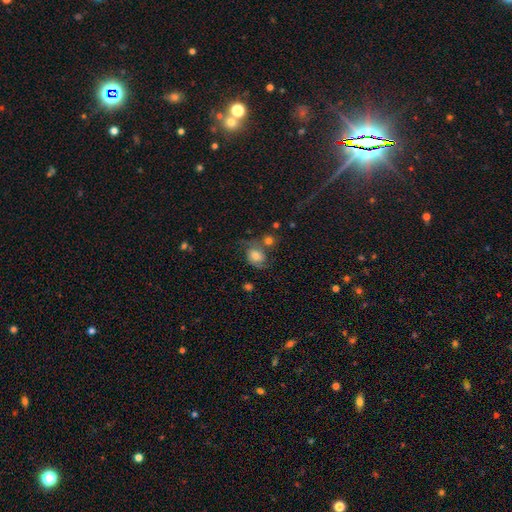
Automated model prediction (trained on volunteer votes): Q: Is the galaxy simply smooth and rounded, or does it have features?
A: featured or disk — 46%.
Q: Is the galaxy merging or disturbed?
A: none — 48%.